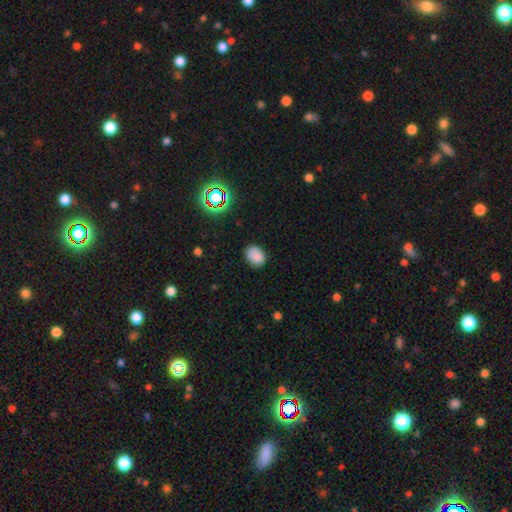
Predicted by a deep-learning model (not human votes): Smooth or featured: smooth — 82% (star or artifact — 12%)
How rounded: in between — 58% (round — 41%)
Merging: none — 75% (minor disturbance — 19%)